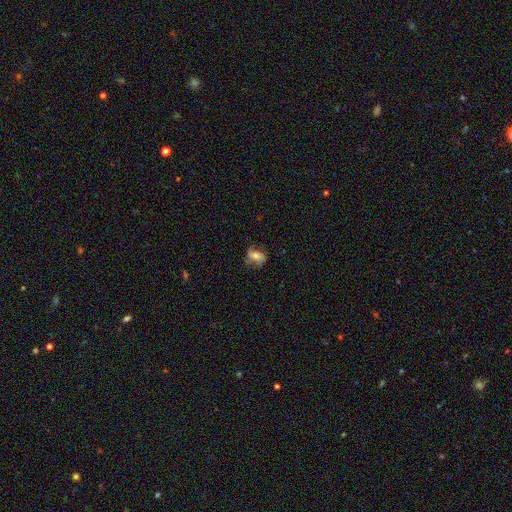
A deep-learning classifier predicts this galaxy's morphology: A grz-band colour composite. It shows a smooth galaxy with no disk features (45%, tied with featured or disk). Merging: none (63%).